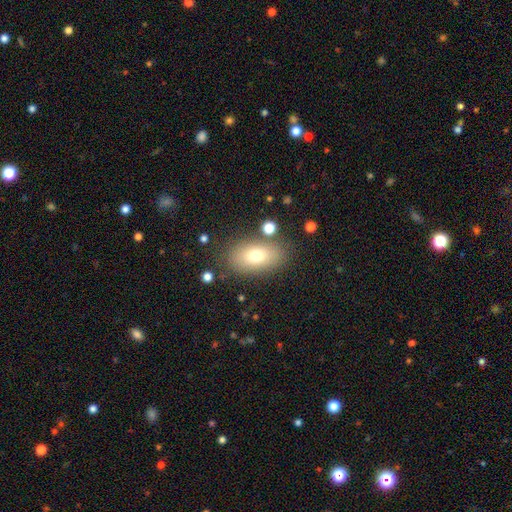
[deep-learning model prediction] Morphology: type=smooth (74%); roundness=in between (89%); merging=none (80%).